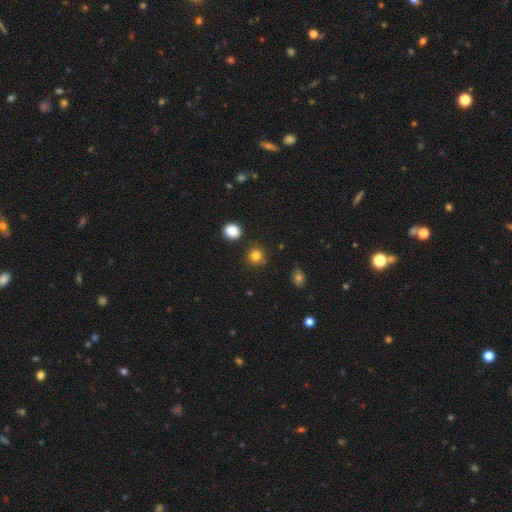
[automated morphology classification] This is clearly a smooth galaxy (81%). How rounded: clearly round (91%). Merging: clearly none (84%).